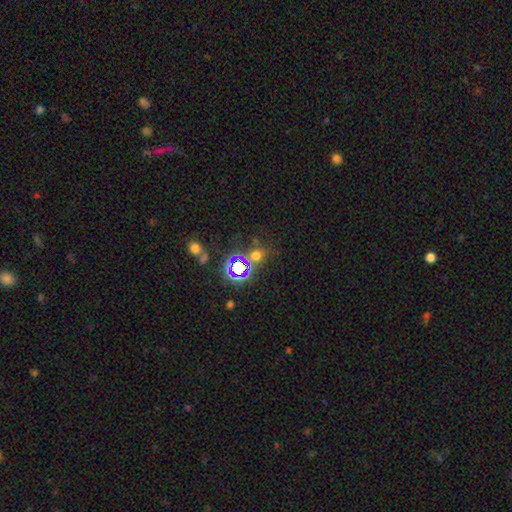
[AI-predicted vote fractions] The model was most divided on "smooth or featured": smooth: 46%, star or artifact: 45%, featured or disk: 9%. More confident: merging — none (68%).